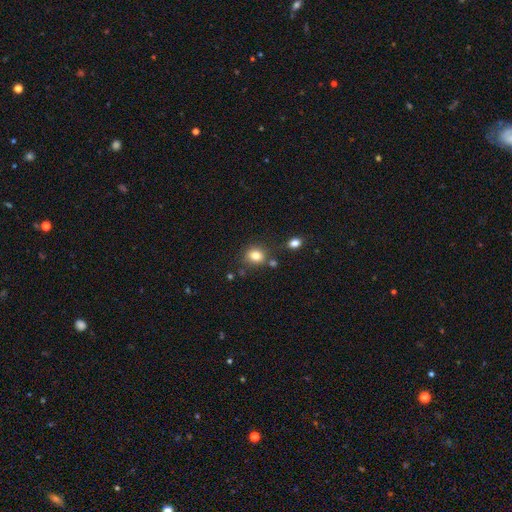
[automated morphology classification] Overall: smooth (81%). How rounded: round (71%). Merging: none (74%).